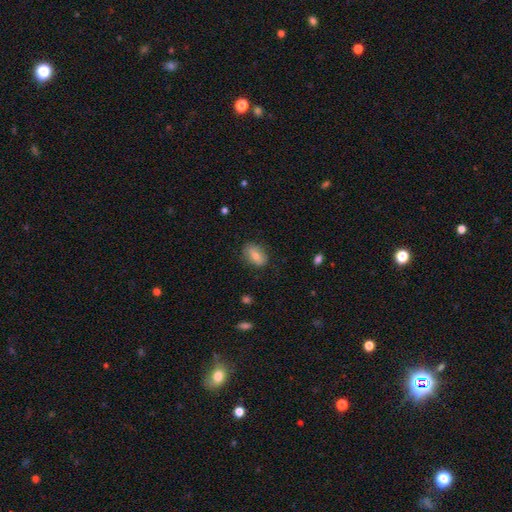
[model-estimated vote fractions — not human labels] smooth 71%, featured or disk 22%, star or artifact 8%. Down the decision tree: how rounded — in between (83%); merging — none (79%).